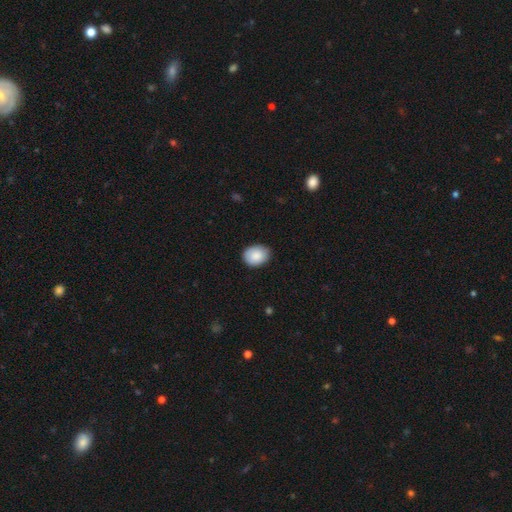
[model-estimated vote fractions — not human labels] Q: Smooth or featured?
A: smooth (87%); runner-up: star or artifact (7%)
Q: How rounded?
A: in between (64%); runner-up: round (36%)
Q: Merging?
A: none (81%); runner-up: minor disturbance (16%)